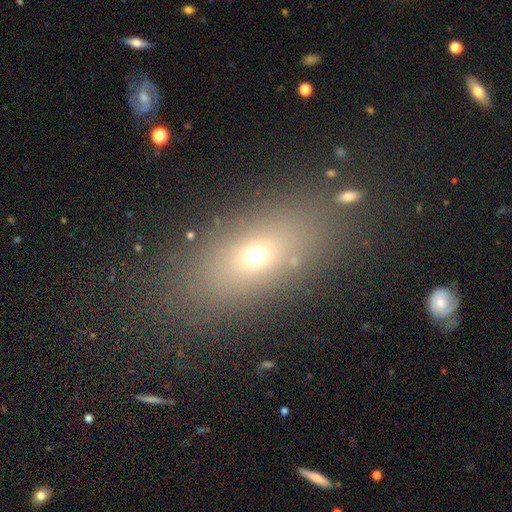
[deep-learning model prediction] Q: Smooth or featured?
A: smooth (64%); runner-up: star or artifact (18%)
Q: How rounded?
A: in between (73%); runner-up: round (15%)
Q: Merging?
A: none (81%); runner-up: minor disturbance (10%)